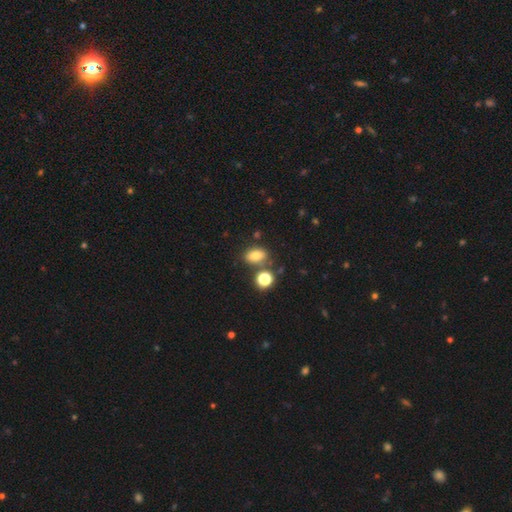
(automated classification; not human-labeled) smooth 78%, star or artifact 14%, featured or disk 8%. Down the decision tree: how rounded — in between (78%); merging — none (70%).